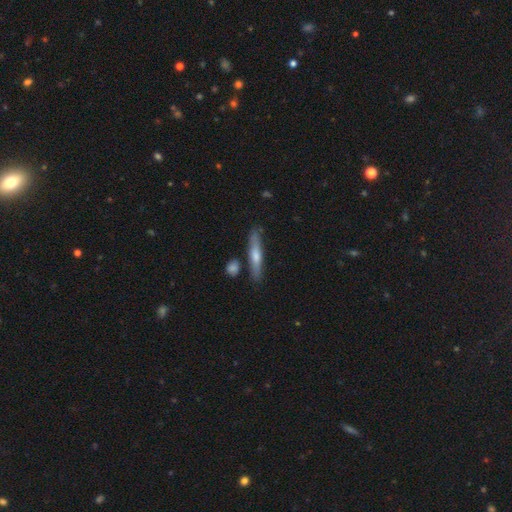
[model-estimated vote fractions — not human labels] featured or disk 50%, smooth 44%, star or artifact 6%. Down the decision tree: merging — none (82%).